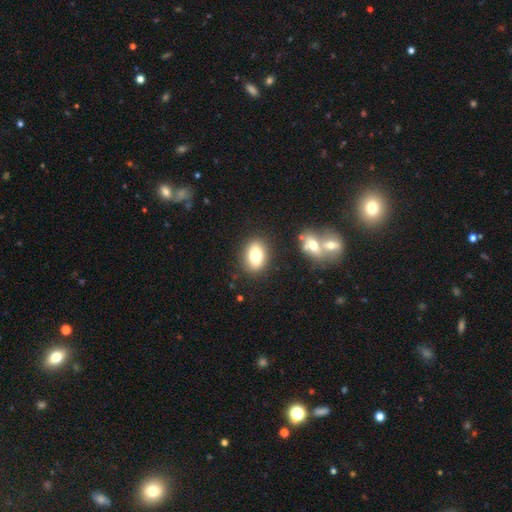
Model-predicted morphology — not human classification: Overall: smooth (76%). How rounded: in between (78%). Merging: none (84%).